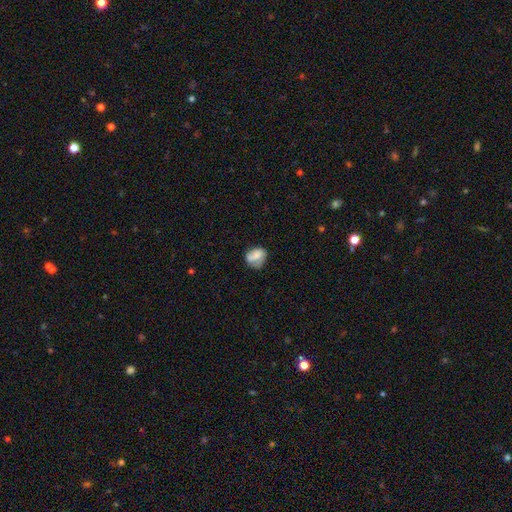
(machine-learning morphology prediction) This is likely a smooth galaxy (61%). How rounded: possibly in between (54%). Merging: marginally none (43%).